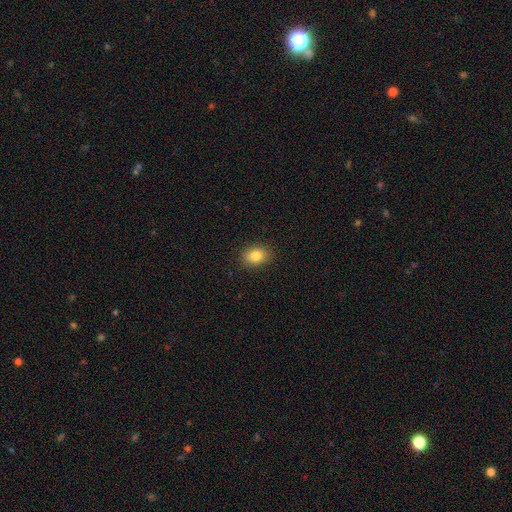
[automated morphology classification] This appears to be a smooth galaxy with no disk features (83%) that is in between round and cigar-shaped (69%). Merging: none (89%).